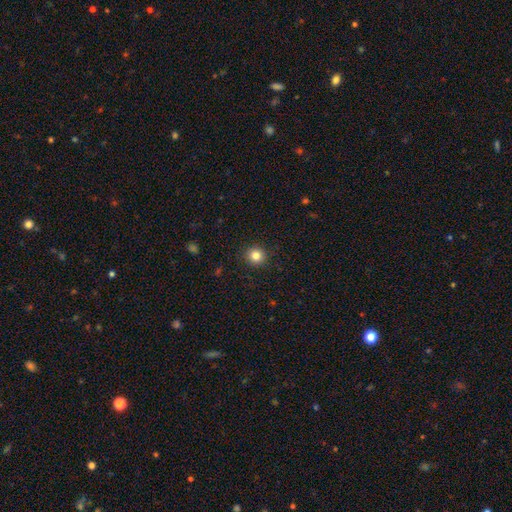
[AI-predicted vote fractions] smooth_or_featured: smooth (p=0.83) [alt: star or artifact p=0.11]
how_rounded: round (p=0.93) [alt: in between p=0.06]
merging: none (p=0.92) [alt: minor disturbance p=0.05]